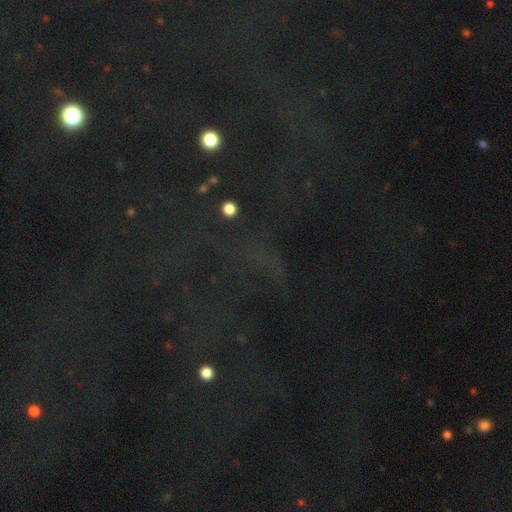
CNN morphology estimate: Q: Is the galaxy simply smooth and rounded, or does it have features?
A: star or artifact — 76%.